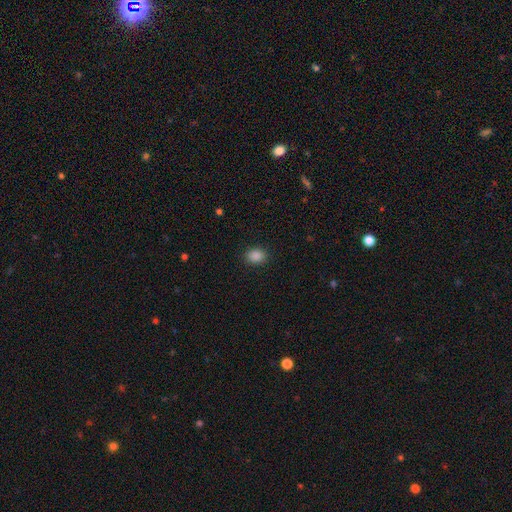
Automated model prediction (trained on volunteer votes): smooth_or_featured: smooth (p=0.87) [alt: star or artifact p=0.10]
how_rounded: in between (p=0.63) [alt: round p=0.36]
merging: none (p=0.89) [alt: minor disturbance p=0.08]